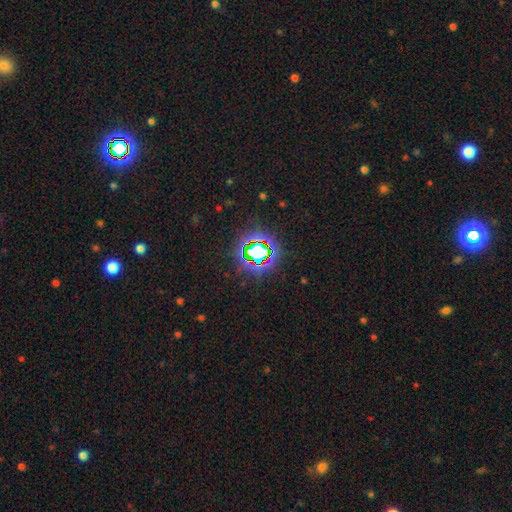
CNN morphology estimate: Q: Smooth or featured?
A: star or artifact (82%); runner-up: smooth (11%)